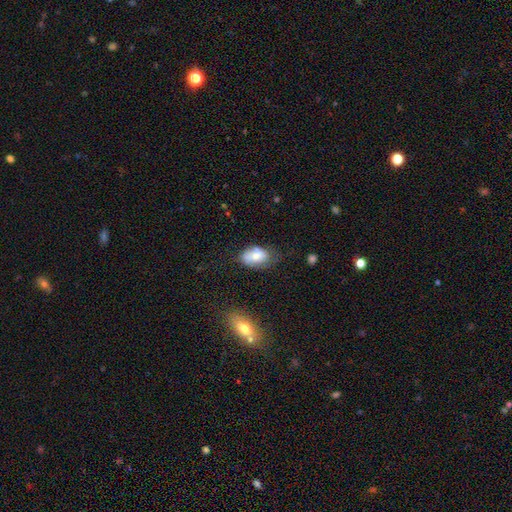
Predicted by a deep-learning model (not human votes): This is likely a smooth galaxy (71%). How rounded: clearly in between (90%). Merging: possibly none (52%).